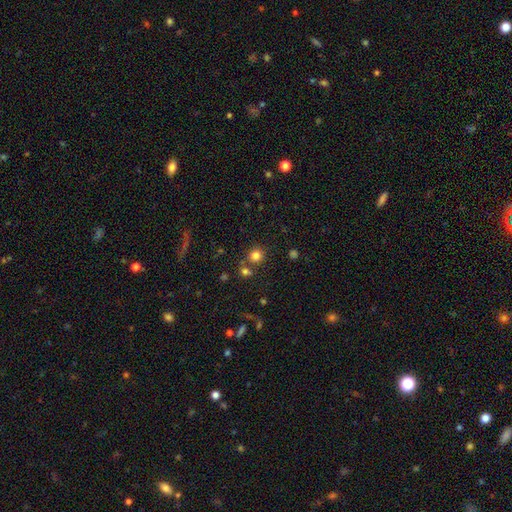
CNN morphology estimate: Overall: smooth (79%). How rounded: round (89%). Merging: none (74%).